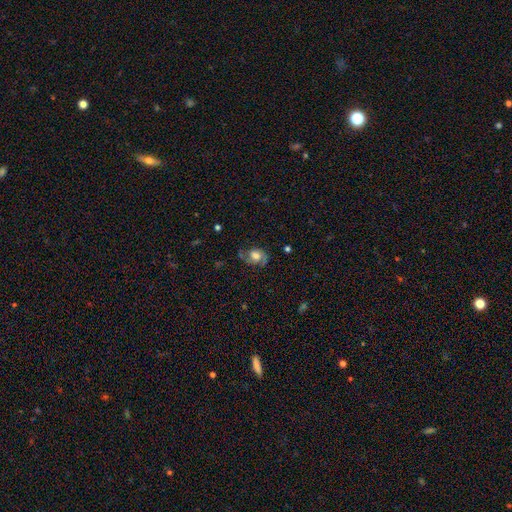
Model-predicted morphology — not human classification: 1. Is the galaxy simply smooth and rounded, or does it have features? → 58% featured or disk, 32% smooth, 10% star or artifact.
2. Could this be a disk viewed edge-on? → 96% no, 4% yes.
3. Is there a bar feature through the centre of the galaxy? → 66% no, 29% weak, 6% strong.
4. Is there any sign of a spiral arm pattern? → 87% yes, 13% no.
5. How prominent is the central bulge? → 44% large, 36% moderate, 9% small, 6% dominant, 5% none.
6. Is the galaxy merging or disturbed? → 60% none, 24% minor disturbance, 14% major disturbance, 2% merger.